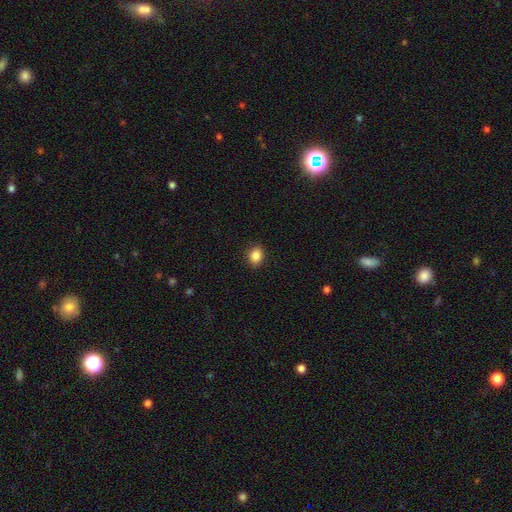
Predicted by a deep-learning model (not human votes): Smooth or featured: smooth — 86% (star or artifact — 10%)
How rounded: round — 56% (in between — 43%)
Merging: none — 90% (minor disturbance — 8%)